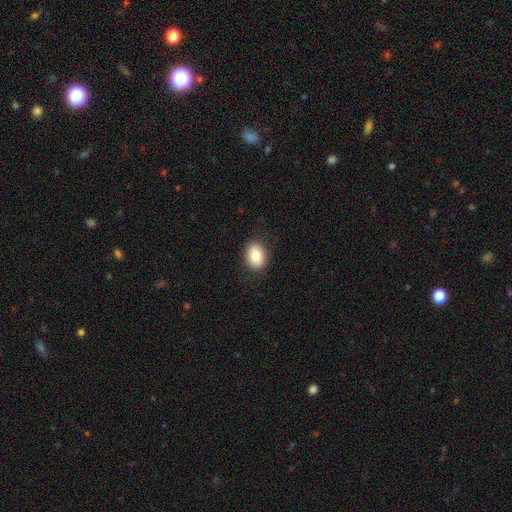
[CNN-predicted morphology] Smooth or featured? Predicted: smooth (p=0.81). How rounded? Predicted: in between (p=0.64). Merging? Predicted: none (p=0.88).